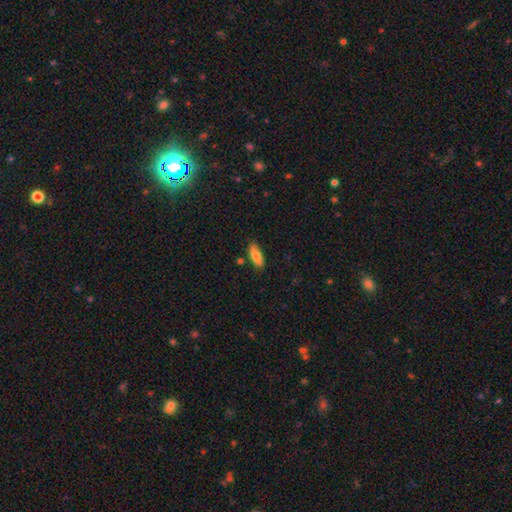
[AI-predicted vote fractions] smooth 80%, featured or disk 13%, star or artifact 7%. Down the decision tree: how rounded — in between (82%); merging — none (84%).